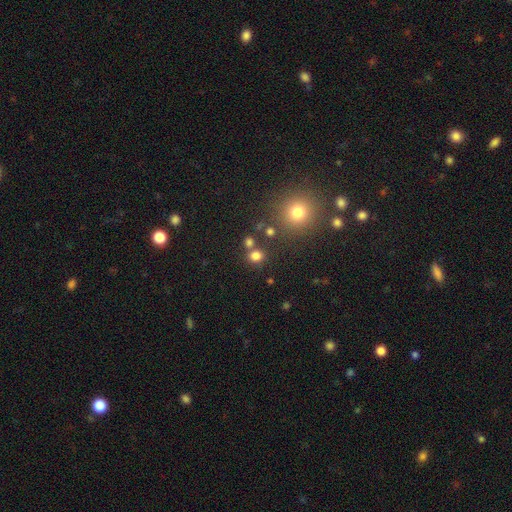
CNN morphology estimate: Q: Smooth or featured?
A: smooth (76%); runner-up: star or artifact (18%)
Q: How rounded?
A: round (78%); runner-up: in between (21%)
Q: Merging?
A: none (69%); runner-up: merger (18%)